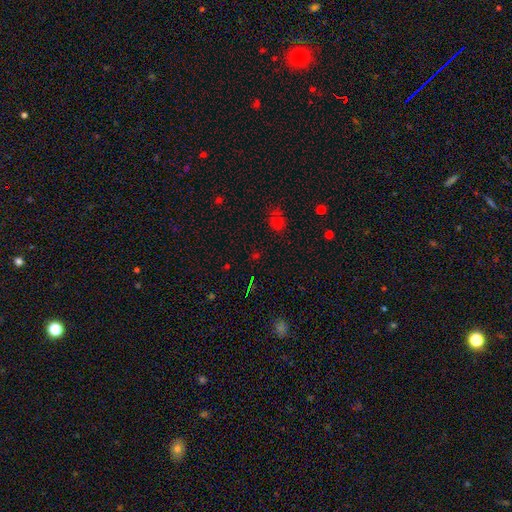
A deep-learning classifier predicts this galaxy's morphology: Smooth or featured?
  - star or artifact: 58% *
  - smooth: 34%
  - featured or disk: 8%